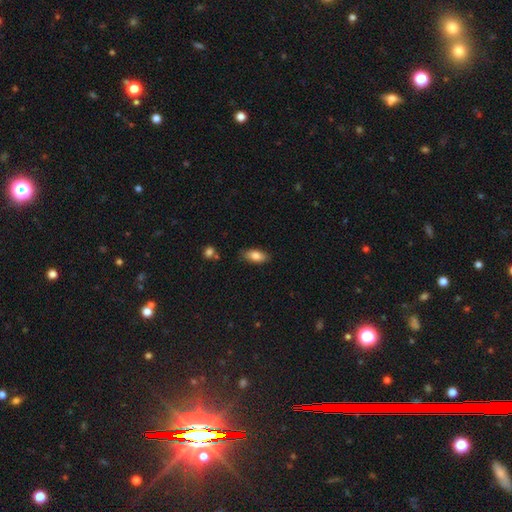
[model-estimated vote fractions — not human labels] smooth 83%, featured or disk 10%, star or artifact 7%. Down the decision tree: how rounded — in between (87%); merging — none (83%).